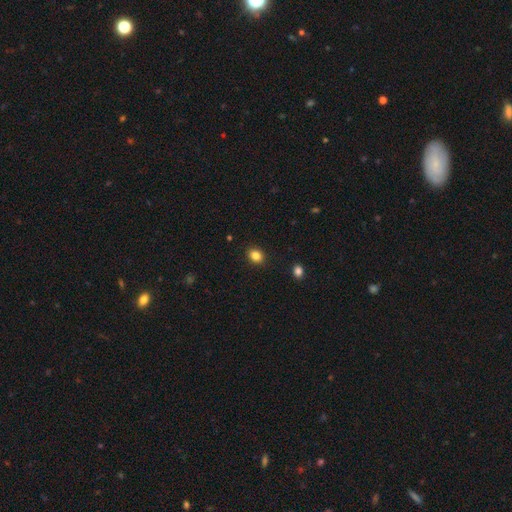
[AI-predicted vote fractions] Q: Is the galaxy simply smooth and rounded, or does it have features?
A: smooth — 84%.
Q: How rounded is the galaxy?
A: in between — 52%.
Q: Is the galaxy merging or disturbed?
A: none — 89%.